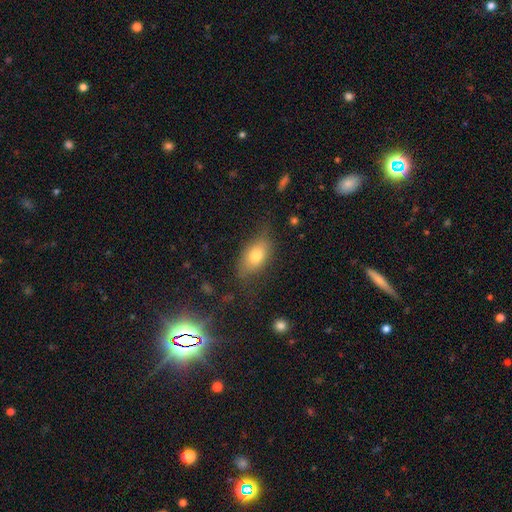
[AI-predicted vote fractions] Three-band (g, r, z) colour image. It shows a smooth galaxy with no disk features (72%) that is in between round and cigar-shaped (83%). Merging: none (65%).